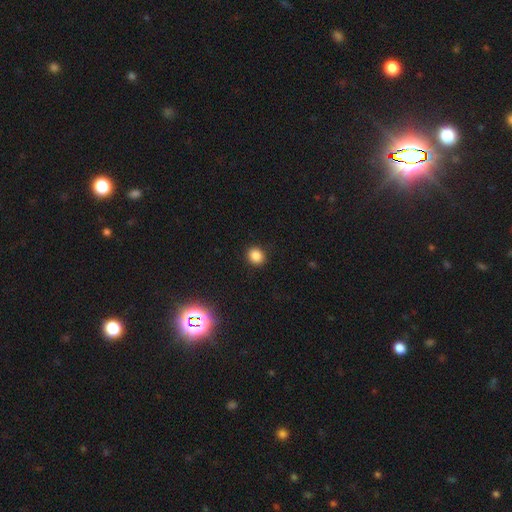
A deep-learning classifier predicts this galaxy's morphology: smooth-or-featured: smooth: 84% | star or artifact: 12% | featured or disk: 4%
  how-rounded: round: 76% | in between: 24% | cigar-shaped: 1%
  merging: none: 90% | minor disturbance: 6% | major disturbance: 2% | merger: 1%